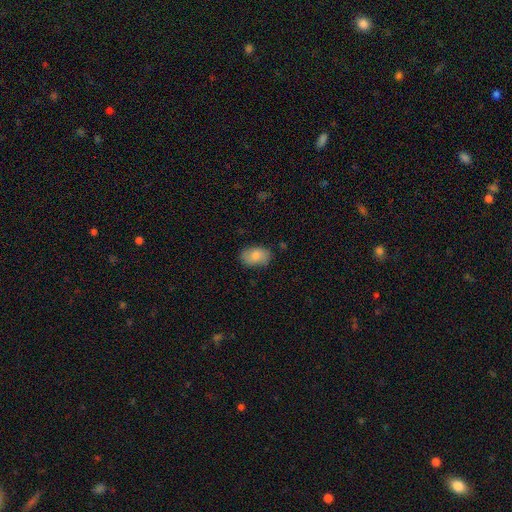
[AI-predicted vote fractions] Smooth or featured?
  - smooth: 78% *
  - featured or disk: 15%
  - star or artifact: 7%
How rounded?
  - in between: 85% *
  - round: 13%
  - cigar-shaped: 1%
Merging?
  - none: 78% *
  - minor disturbance: 17%
  - major disturbance: 4%
  - merger: 1%